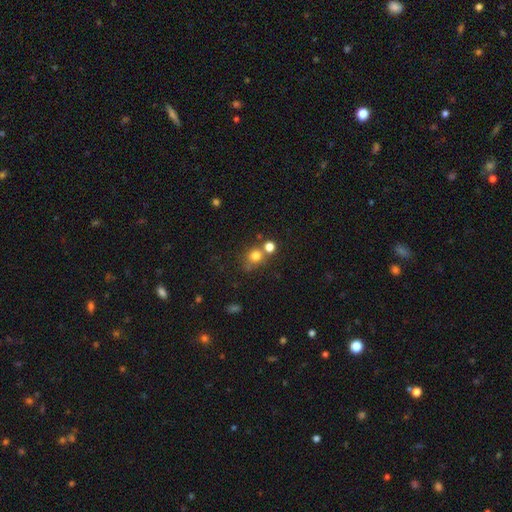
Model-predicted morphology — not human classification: Q: Smooth or featured?
A: smooth (76%); runner-up: star or artifact (15%)
Q: How rounded?
A: round (85%); runner-up: in between (14%)
Q: Merging?
A: none (60%); runner-up: merger (26%)